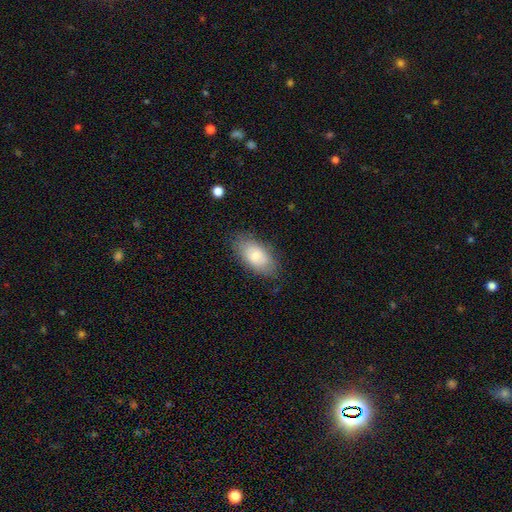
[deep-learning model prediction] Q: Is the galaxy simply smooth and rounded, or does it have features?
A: smooth — 68%.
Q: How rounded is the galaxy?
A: in between — 93%.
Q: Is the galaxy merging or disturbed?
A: none — 79%.